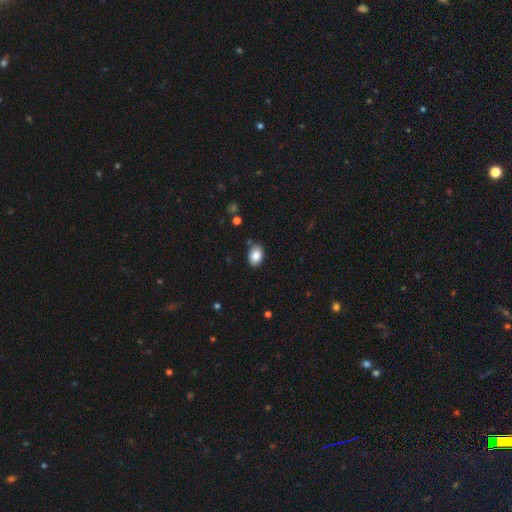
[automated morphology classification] Smooth or featured? smooth (86%)
How rounded? in between (81%)
Merging? none (84%)